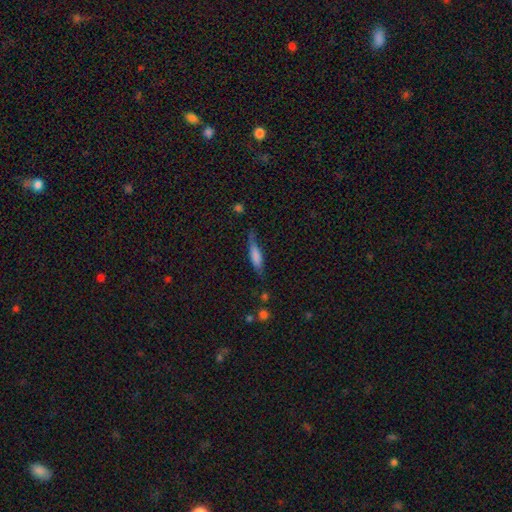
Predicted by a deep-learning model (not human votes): This appears to be a smooth galaxy with no disk features (66%) that is cigar-shaped (68%). Merging: none (59%).